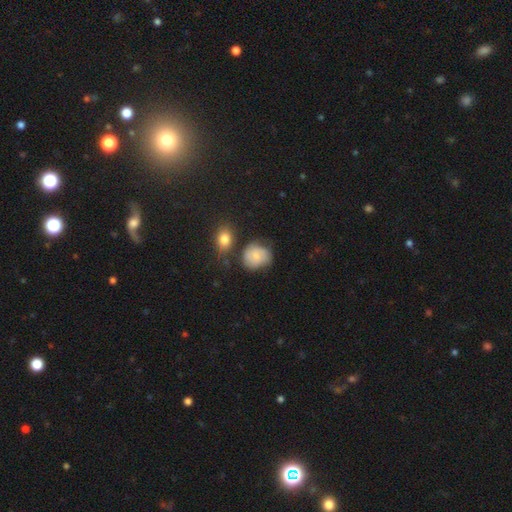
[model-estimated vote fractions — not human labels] Overall: smooth (62%; featured or disk 29%). How rounded: round (70%). Merging: none (59%; minor disturbance 26%).